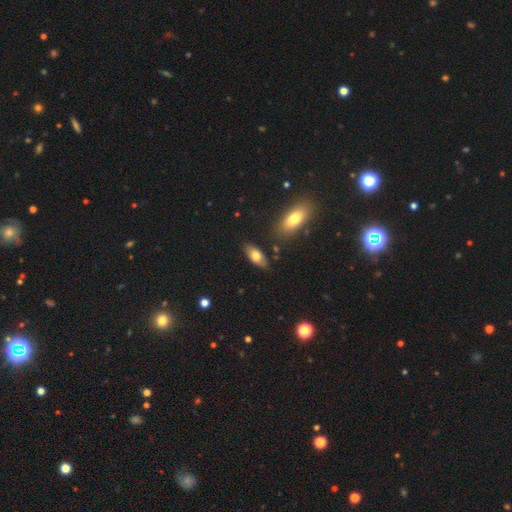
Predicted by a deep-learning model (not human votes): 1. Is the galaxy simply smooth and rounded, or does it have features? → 73% smooth, 20% featured or disk, 7% star or artifact.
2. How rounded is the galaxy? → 86% in between, 11% cigar-shaped, 3% round.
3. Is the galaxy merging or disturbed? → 81% none, 13% minor disturbance, 4% merger, 3% major disturbance.